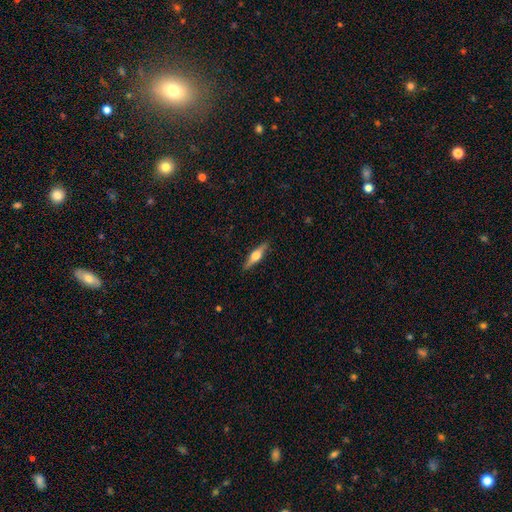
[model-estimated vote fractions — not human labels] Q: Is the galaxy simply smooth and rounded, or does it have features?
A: featured or disk — 65%.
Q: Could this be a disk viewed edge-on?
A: yes — 97%.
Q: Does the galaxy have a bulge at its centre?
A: rounded — 94%.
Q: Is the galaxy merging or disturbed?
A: none — 90%.